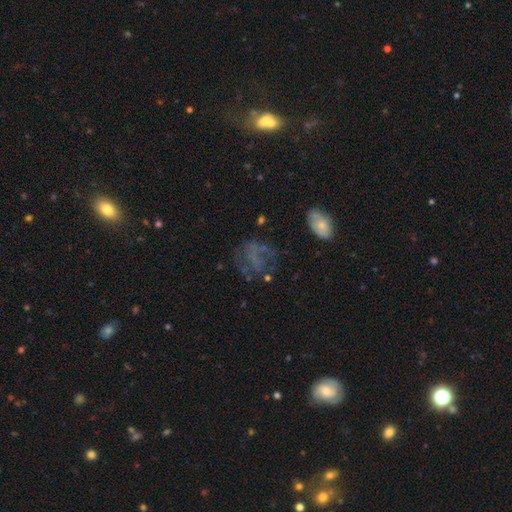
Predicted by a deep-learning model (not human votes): smooth-or-featured: featured or disk: 45% | smooth: 34% | star or artifact: 21%
  merging: none: 49% | major disturbance: 28% | minor disturbance: 19% | merger: 4%